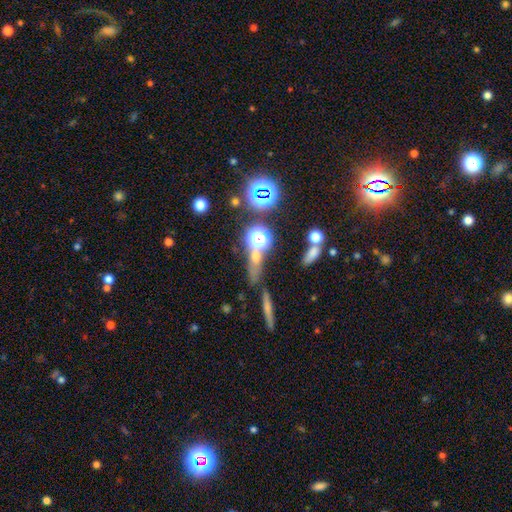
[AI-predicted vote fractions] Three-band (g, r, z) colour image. It shows a smooth galaxy with no disk features (47%). Merging: none (57%).